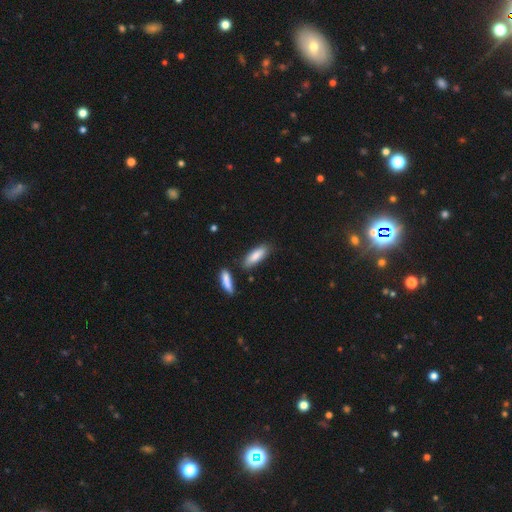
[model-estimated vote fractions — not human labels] A smooth galaxy with no disk features (83%) that is in between round and cigar-shaped (55%). Merging: none (75%).